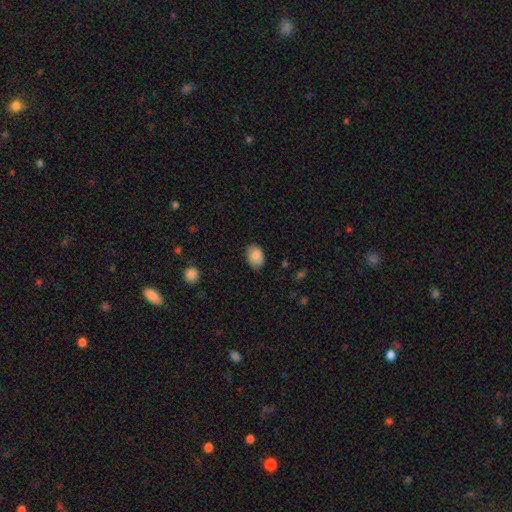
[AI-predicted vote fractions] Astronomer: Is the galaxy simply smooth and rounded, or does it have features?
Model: smooth — 85%.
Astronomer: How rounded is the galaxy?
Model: in between — 77%.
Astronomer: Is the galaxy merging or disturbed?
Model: none — 73%.